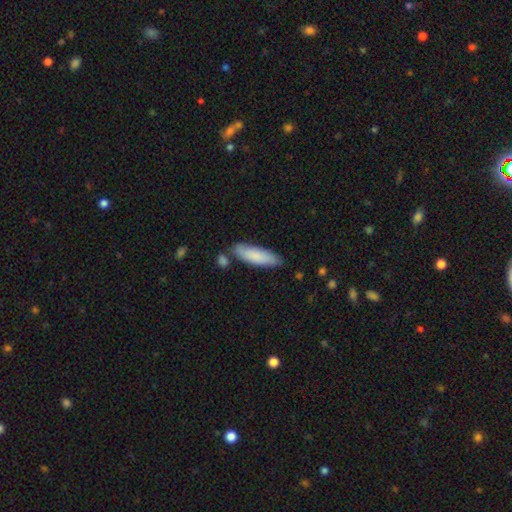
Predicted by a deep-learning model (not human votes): Q: Smooth or featured?
A: smooth (82%); runner-up: featured or disk (12%)
Q: How rounded?
A: cigar-shaped (57%); runner-up: in between (42%)
Q: Merging?
A: none (75%); runner-up: minor disturbance (17%)